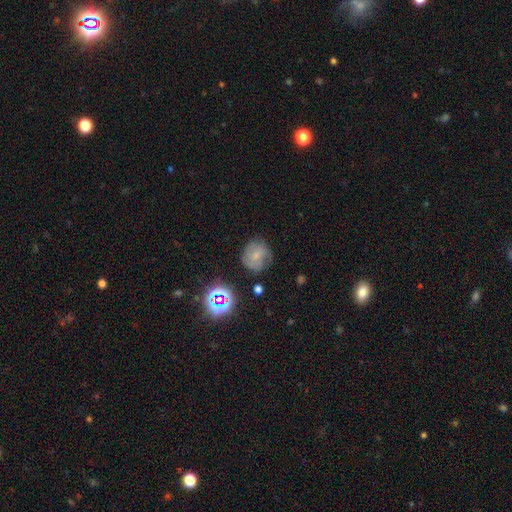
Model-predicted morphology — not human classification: A smooth galaxy with no disk features (53%) that is round (84%). Merging: none (64%).